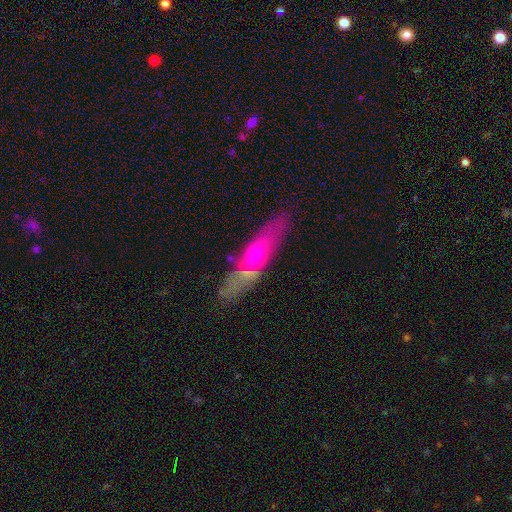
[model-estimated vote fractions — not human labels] The model was most divided on "smooth or featured": smooth: 46%, featured or disk: 44%, star or artifact: 10%. More confident: merging — none (72%).